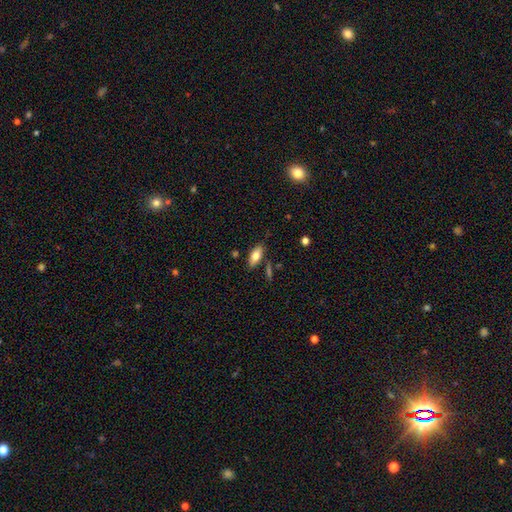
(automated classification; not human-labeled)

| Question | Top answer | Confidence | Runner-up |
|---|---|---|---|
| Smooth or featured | smooth | 74% | featured or disk (19%) |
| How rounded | in between | 83% | cigar-shaped (14%) |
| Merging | none | 79% | minor disturbance (13%) |